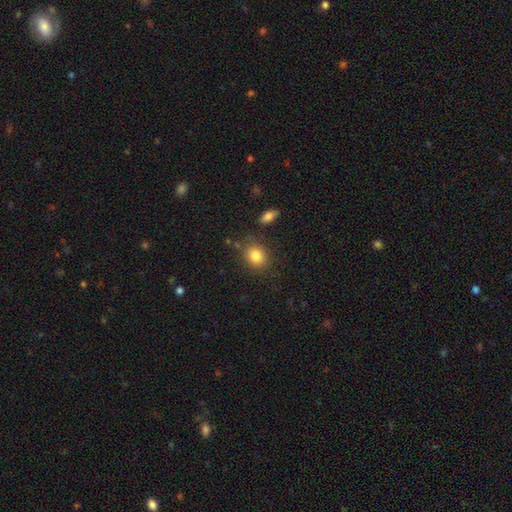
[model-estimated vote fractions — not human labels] This is clearly a smooth galaxy (84%). How rounded: possibly round (51%). Merging: likely none (77%).